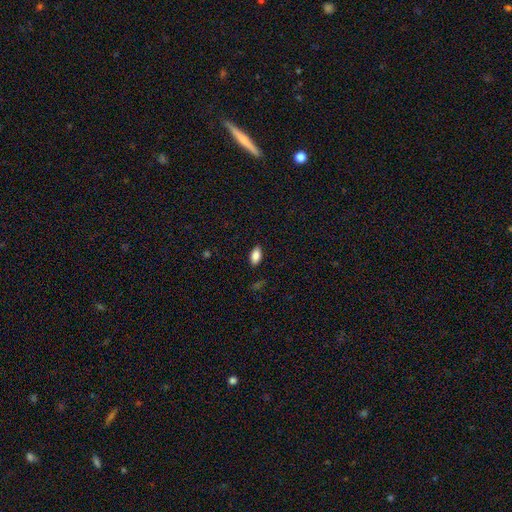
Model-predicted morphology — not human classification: type=smooth (87%); roundness=in between (92%); merging=none (87%).